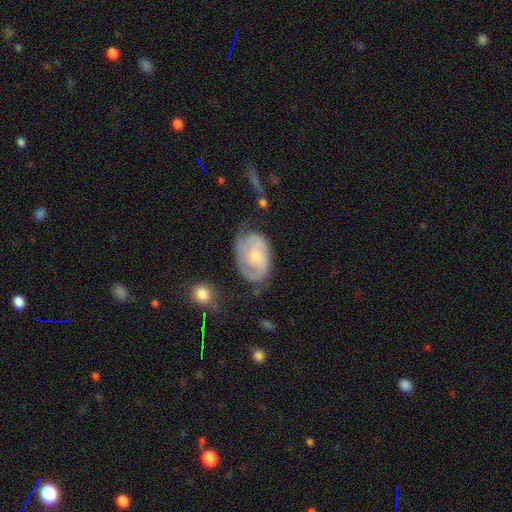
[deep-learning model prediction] Overall: featured or disk (70%). Edge-on disk: no (97%). Bar: no (68%). Spiral arms: yes (87%). Spiral arm count: 2 (53%; can't tell 23%). Spiral winding: tight (48%; medium 37%). Bulge size: small (59%; moderate 35%). Merging: none (55%; minor disturbance 28%).